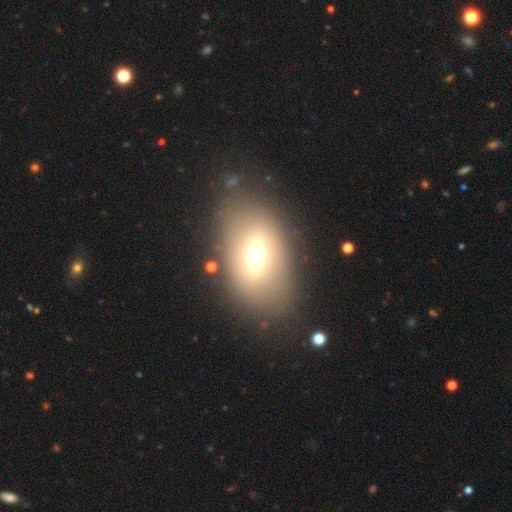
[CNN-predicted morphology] This is possibly a smooth galaxy (53%). How rounded: clearly in between (87%). Merging: likely none (80%).